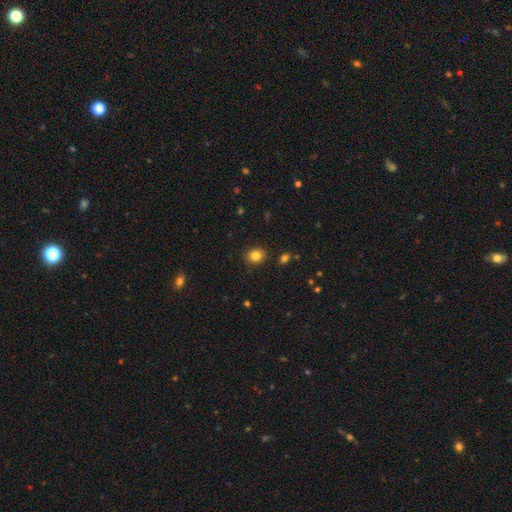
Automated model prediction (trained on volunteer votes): Smooth or featured? Predicted: smooth (p=0.83). How rounded? Predicted: round (p=0.67). Merging? Predicted: none (p=0.89).